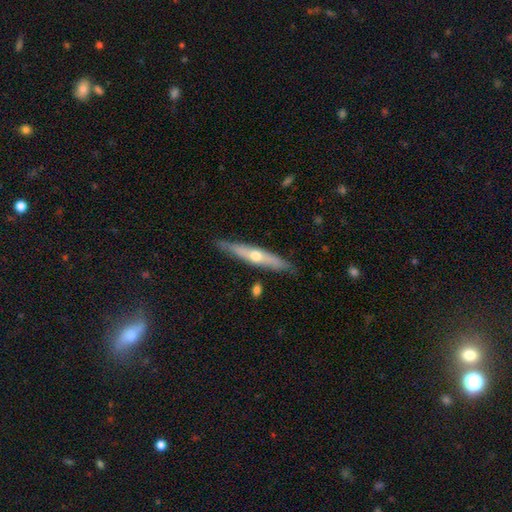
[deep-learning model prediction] Q: Smooth or featured?
A: featured or disk (61%); runner-up: smooth (33%)
Q: Edge-on disk?
A: yes (91%); runner-up: no (9%)
Q: Edge-on bulge?
A: rounded (85%); runner-up: none (12%)
Q: Merging?
A: none (87%); runner-up: minor disturbance (10%)